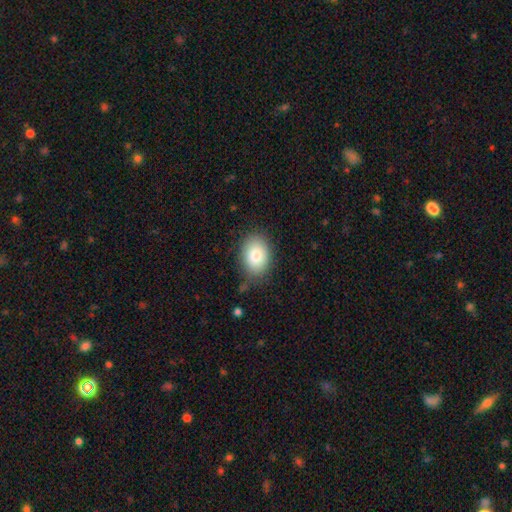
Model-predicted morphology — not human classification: Q: Smooth or featured?
A: smooth (83%); runner-up: featured or disk (9%)
Q: How rounded?
A: in between (69%); runner-up: round (30%)
Q: Merging?
A: none (80%); runner-up: minor disturbance (14%)